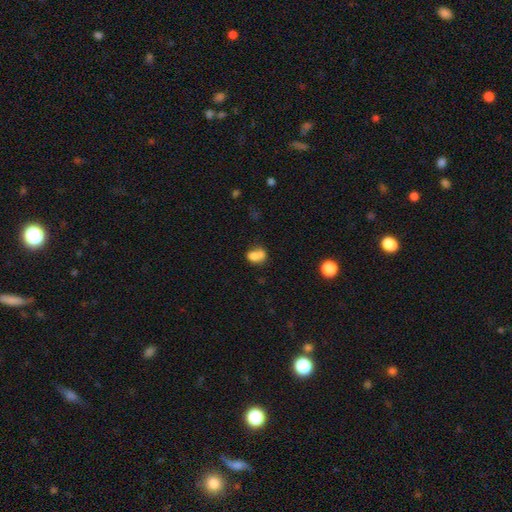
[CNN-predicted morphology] smooth-or-featured: smooth: 74% | featured or disk: 16% | star or artifact: 11%
  how-rounded: in between: 65% | round: 33% | cigar-shaped: 2%
  merging: merger: 57% | none: 25% | minor disturbance: 11% | major disturbance: 7%